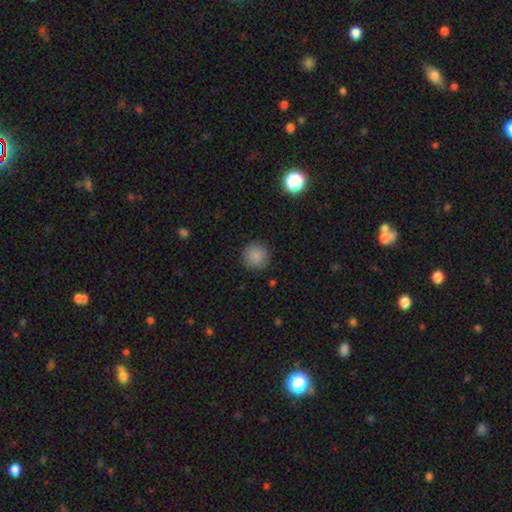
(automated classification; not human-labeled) Q: Smooth or featured?
A: smooth (86%); runner-up: star or artifact (9%)
Q: How rounded?
A: round (95%); runner-up: in between (4%)
Q: Merging?
A: none (88%); runner-up: minor disturbance (8%)